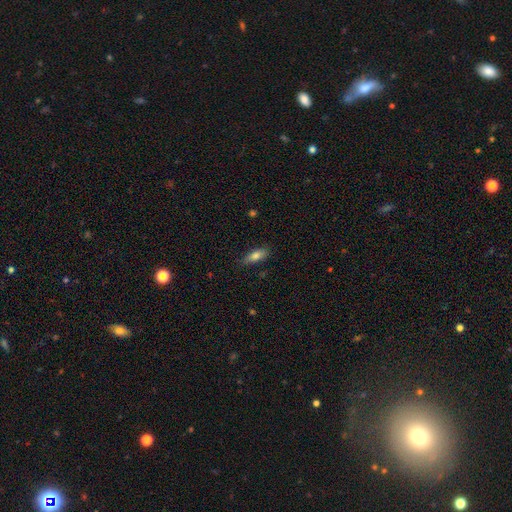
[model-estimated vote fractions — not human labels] Smooth or featured?
  - smooth: 77% *
  - featured or disk: 16%
  - star or artifact: 7%
How rounded?
  - in between: 67% *
  - cigar-shaped: 30%
  - round: 3%
Merging?
  - none: 80% *
  - minor disturbance: 15%
  - major disturbance: 3%
  - merger: 1%